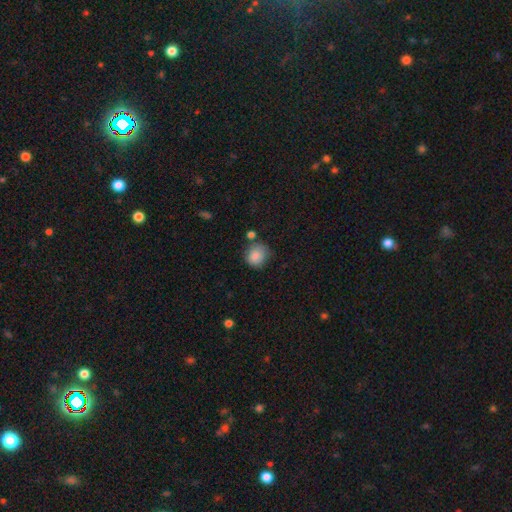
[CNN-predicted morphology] Smooth or featured? Predicted: smooth (p=0.85). How rounded? Predicted: round (p=0.82). Merging? Predicted: none (p=0.67).